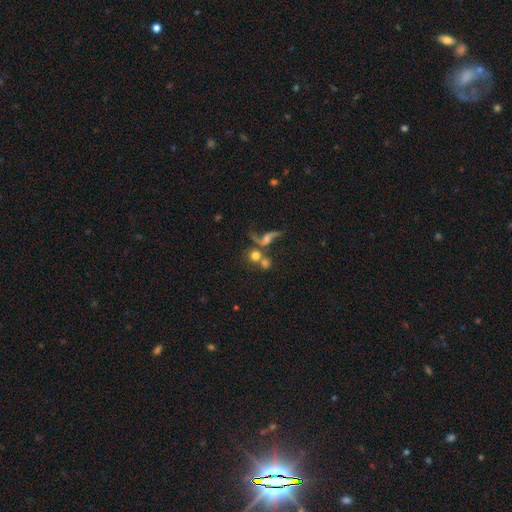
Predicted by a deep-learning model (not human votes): Smooth or featured?
  - smooth: 62% *
  - featured or disk: 25%
  - star or artifact: 13%
How rounded?
  - round: 85% *
  - in between: 13%
  - cigar-shaped: 2%
Merging?
  - none: 42% *
  - merger: 40%
  - minor disturbance: 9%
  - major disturbance: 9%